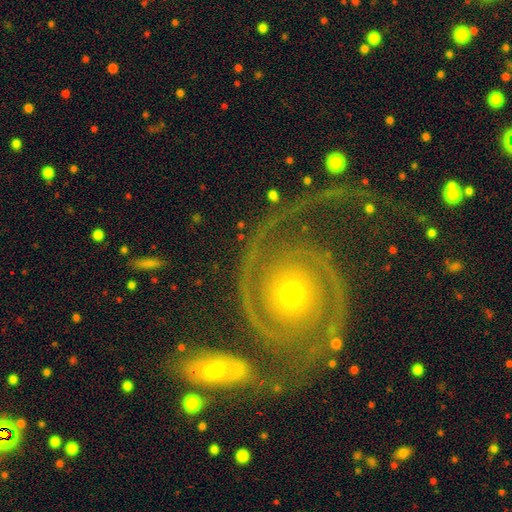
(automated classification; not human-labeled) Smooth or featured? featured or disk (92%)
Edge-on disk? no (98%)
Bar? no (79%)
Spiral arms? yes (98%)
Spiral winding? tight (55%)
Spiral arm count? 2 (90%)
Bulge size? small (63%)
Merging? none (58%)